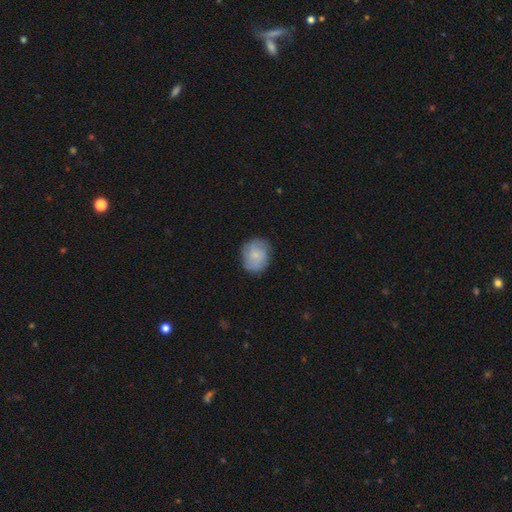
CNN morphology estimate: A smooth galaxy with no disk features (72%) that is round (70%).

Vote fractions:
- Smooth or featured? smooth: 72% / featured or disk: 21% / star or artifact: 7%
- How rounded? round: 70% / in between: 29% / cigar-shaped: 1%
- Merging? none: 79% / minor disturbance: 16% / major disturbance: 4% / merger: 1%